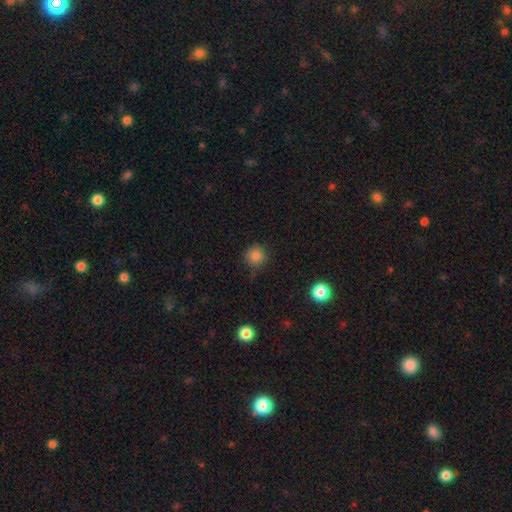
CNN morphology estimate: Smooth or featured? Predicted: smooth (p=0.84). How rounded? Predicted: round (p=0.93). Merging? Predicted: none (p=0.82).